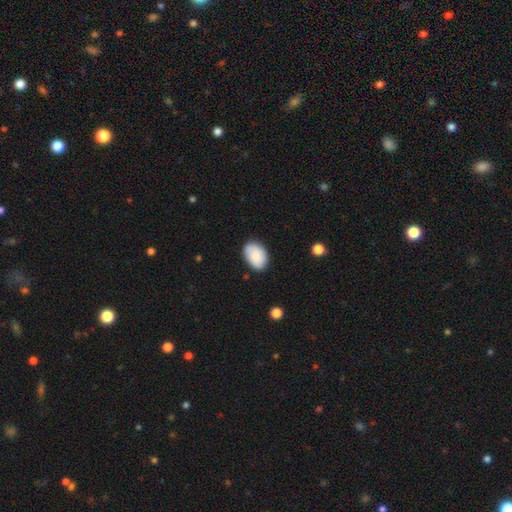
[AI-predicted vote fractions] This appears to be a smooth galaxy with no disk features (79%) that is in between round and cigar-shaped (86%). Merging: none (76%).